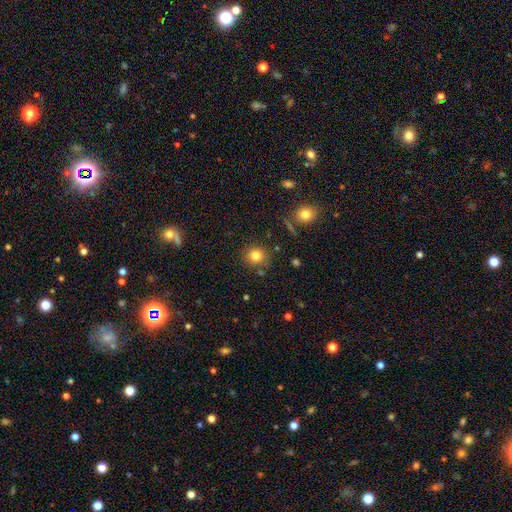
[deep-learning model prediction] Smooth or featured?
  - smooth: 81% *
  - star or artifact: 12%
  - featured or disk: 7%
How rounded?
  - round: 89% *
  - in between: 10%
  - cigar-shaped: 1%
Merging?
  - none: 84% *
  - minor disturbance: 9%
  - merger: 4%
  - major disturbance: 3%